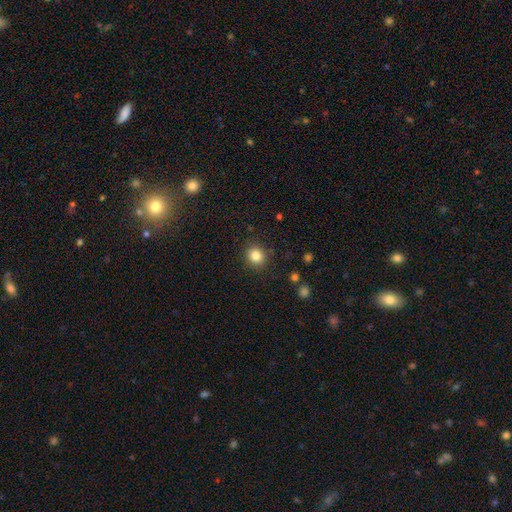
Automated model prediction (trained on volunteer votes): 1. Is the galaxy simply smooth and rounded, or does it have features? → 84% smooth, 11% star or artifact, 6% featured or disk.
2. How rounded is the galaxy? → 87% round, 12% in between, 1% cigar-shaped.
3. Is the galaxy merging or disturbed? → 89% none, 7% minor disturbance, 2% major disturbance, 1% merger.